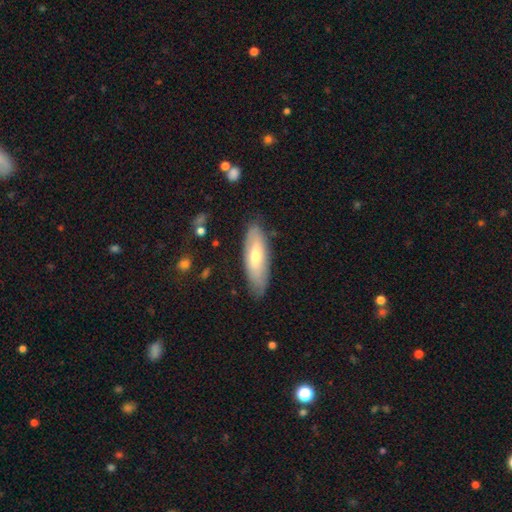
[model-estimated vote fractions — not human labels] smooth 54%, featured or disk 40%, star or artifact 6%. Down the decision tree: how rounded — in between (59%); merging — none (80%).